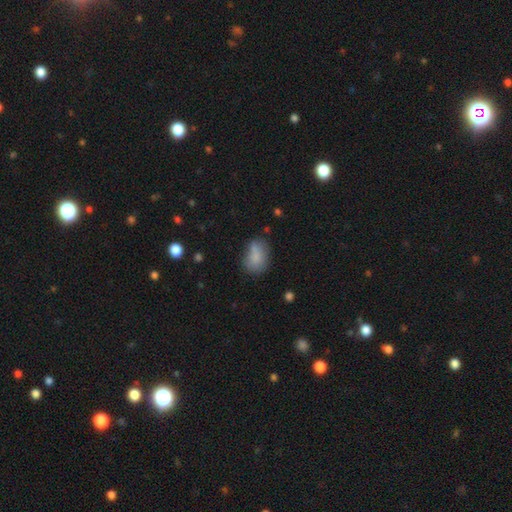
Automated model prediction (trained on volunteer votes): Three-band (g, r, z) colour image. It shows a smooth galaxy with no disk features (79%) that is in between round and cigar-shaped (73%). Merging: none (52%).